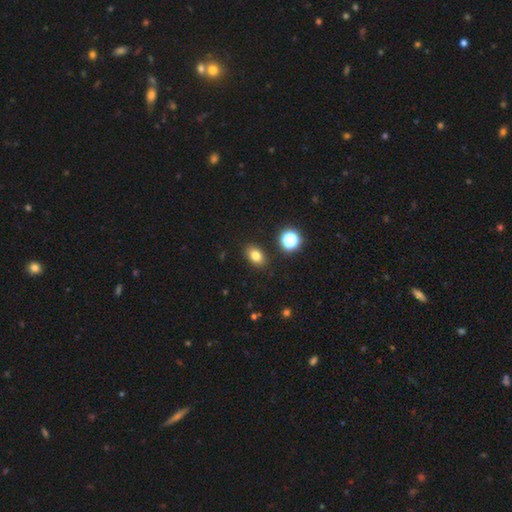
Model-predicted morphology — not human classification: Smooth or featured? smooth (79%)
How rounded? in between (79%)
Merging? none (87%)